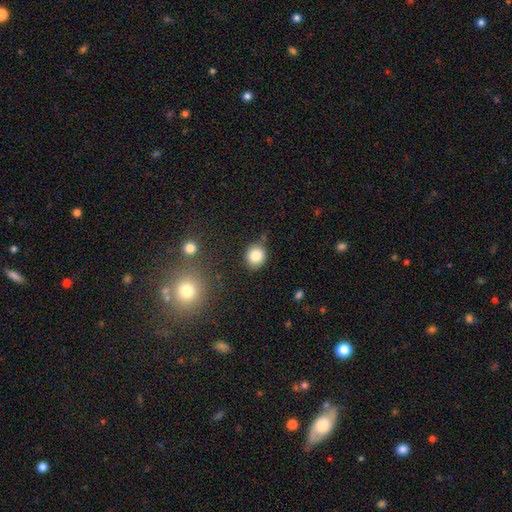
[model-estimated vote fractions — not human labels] A smooth galaxy with no disk features (83%) that is round (84%).

Vote fractions:
- Smooth or featured? smooth: 83% / star or artifact: 10% / featured or disk: 6%
- How rounded? round: 84% / in between: 15% / cigar-shaped: 1%
- Merging? none: 81% / minor disturbance: 12% / merger: 5% / major disturbance: 3%